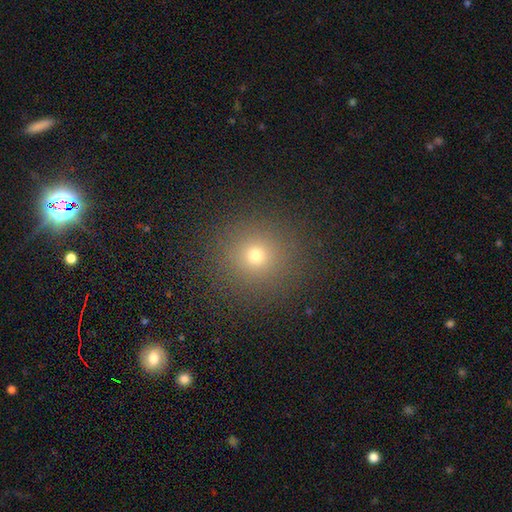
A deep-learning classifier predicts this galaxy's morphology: This is likely a smooth galaxy (70%). How rounded: clearly round (93%). Merging: clearly none (90%).